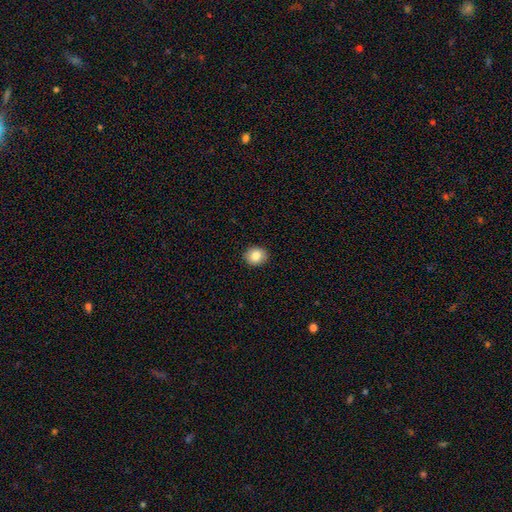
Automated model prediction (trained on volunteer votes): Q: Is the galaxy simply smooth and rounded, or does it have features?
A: smooth — 84%.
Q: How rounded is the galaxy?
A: round — 61%.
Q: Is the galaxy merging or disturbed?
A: none — 91%.